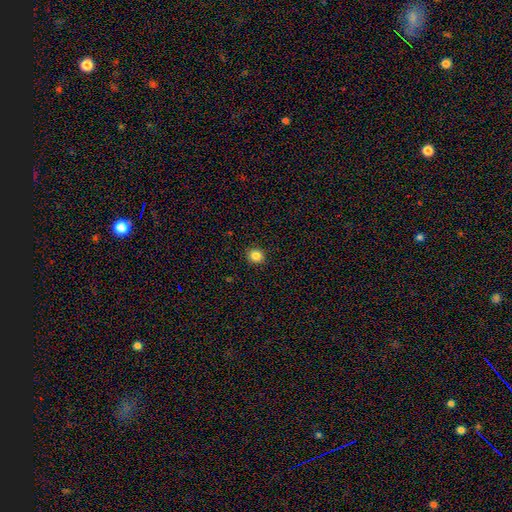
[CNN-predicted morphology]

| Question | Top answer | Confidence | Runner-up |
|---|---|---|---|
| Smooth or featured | smooth | 84% | star or artifact (11%) |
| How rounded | round | 87% | in between (12%) |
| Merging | none | 92% | minor disturbance (6%) |